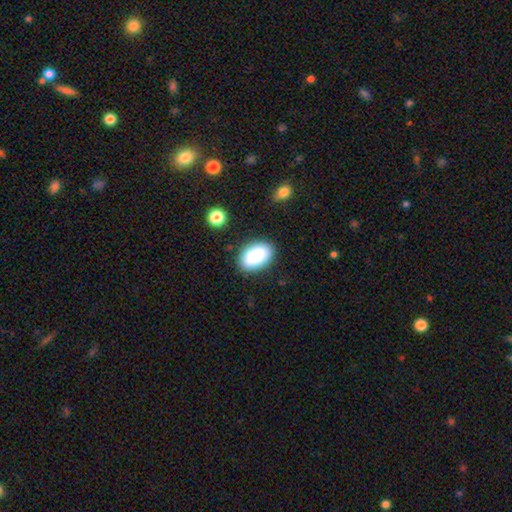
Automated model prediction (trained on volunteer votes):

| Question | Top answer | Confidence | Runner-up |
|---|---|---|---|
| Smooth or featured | smooth | 86% | star or artifact (7%) |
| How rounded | in between | 91% | round (8%) |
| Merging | none | 85% | minor disturbance (11%) |